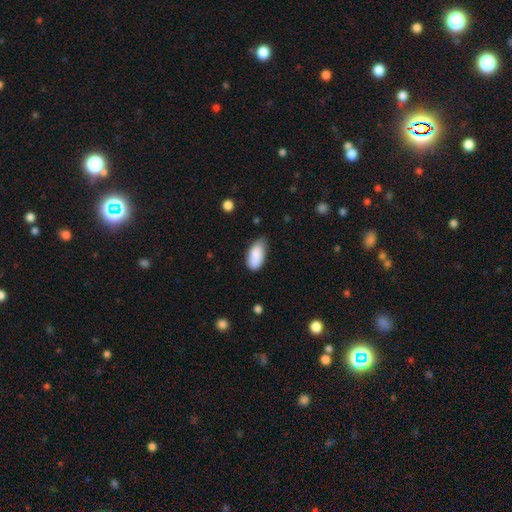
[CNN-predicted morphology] A smooth galaxy with no disk features (87%) that is in between round and cigar-shaped (92%). Merging: none (59%).